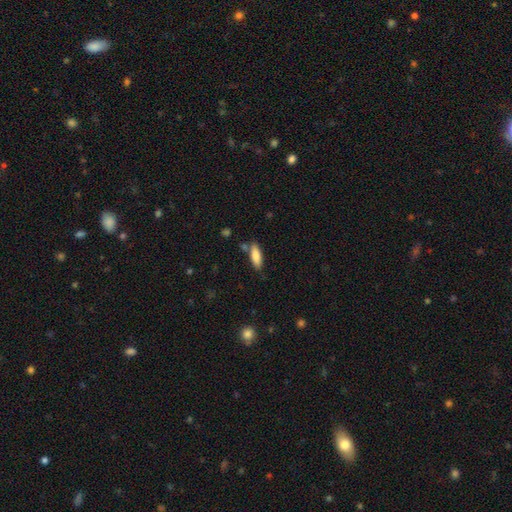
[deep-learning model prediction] A smooth galaxy with no disk features (84%) that is in between round and cigar-shaped (57%).

Vote fractions:
- Smooth or featured? smooth: 84% / featured or disk: 9% / star or artifact: 6%
- How rounded? in between: 57% / cigar-shaped: 41% / round: 2%
- Merging? none: 75% / minor disturbance: 15% / merger: 7% / major disturbance: 3%